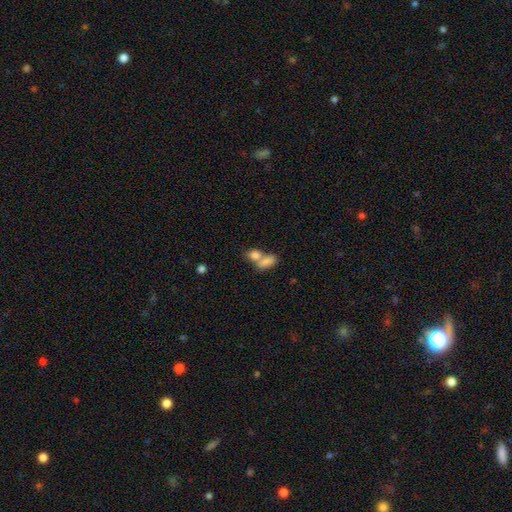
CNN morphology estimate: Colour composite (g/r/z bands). It shows a smooth galaxy with no disk features (81%) that is in between round and cigar-shaped (78%). Merging: merger (64%).